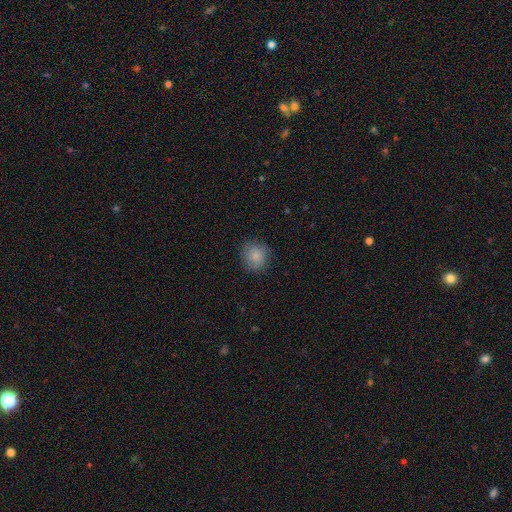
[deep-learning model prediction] smooth 82%, featured or disk 10%, star or artifact 8%. Down the decision tree: how rounded — round (88%); merging — none (80%).